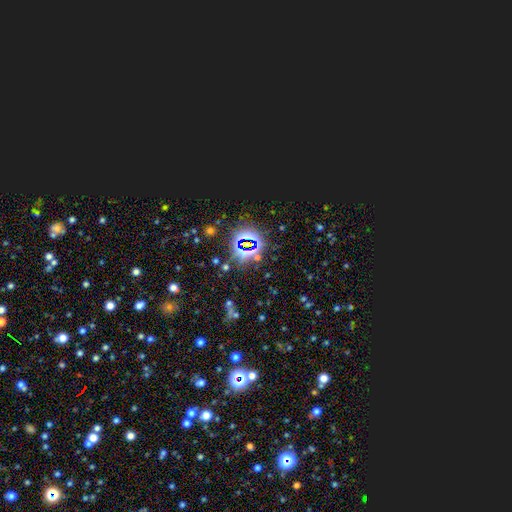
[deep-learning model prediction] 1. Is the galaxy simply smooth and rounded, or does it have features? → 81% star or artifact, 11% smooth, 8% featured or disk.